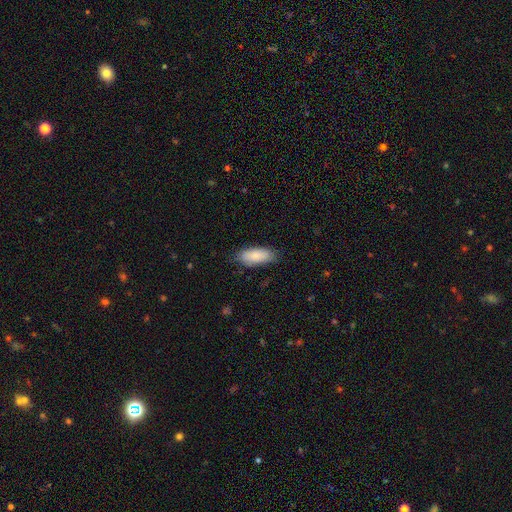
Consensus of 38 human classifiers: Smooth or featured: smooth — 87% (star or artifact — 8%)
How rounded: in between — 91% (cigar-shaped — 9%)
Merging: none — 86% (minor disturbance — 14%)